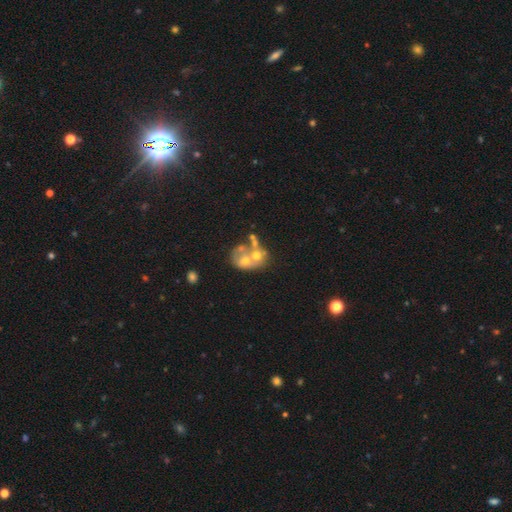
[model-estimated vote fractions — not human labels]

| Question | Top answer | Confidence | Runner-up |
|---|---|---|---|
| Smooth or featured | featured or disk | 52% | smooth (35%) |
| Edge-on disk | no | 97% | yes (3%) |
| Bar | no | 91% | weak (7%) |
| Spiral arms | no | 89% | yes (11%) |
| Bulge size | moderate | 53% | small (21%) |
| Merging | merger | 59% | none (19%) |